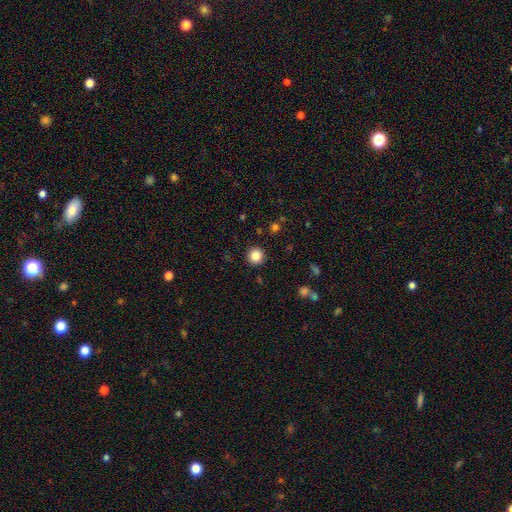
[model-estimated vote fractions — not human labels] Smooth or featured? smooth (84%)
How rounded? round (95%)
Merging? none (92%)